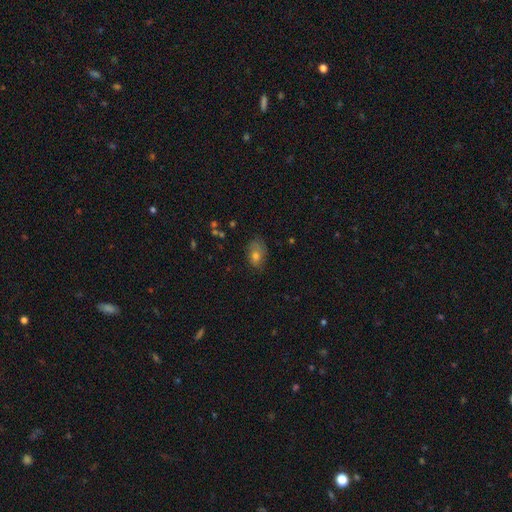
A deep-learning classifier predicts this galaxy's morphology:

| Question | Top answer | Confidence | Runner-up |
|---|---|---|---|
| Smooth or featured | smooth | 67% | featured or disk (19%) |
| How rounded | in between | 76% | round (22%) |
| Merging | none | 64% | minor disturbance (26%) |